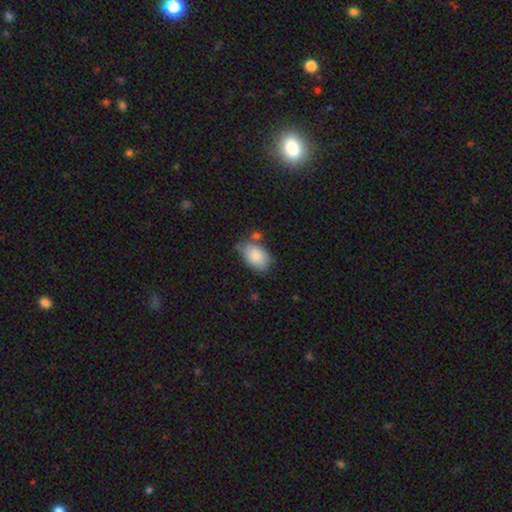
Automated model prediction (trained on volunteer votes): Smooth or featured: smooth — 85% (featured or disk — 8%)
How rounded: in between — 88% (round — 11%)
Merging: none — 57% (minor disturbance — 25%)